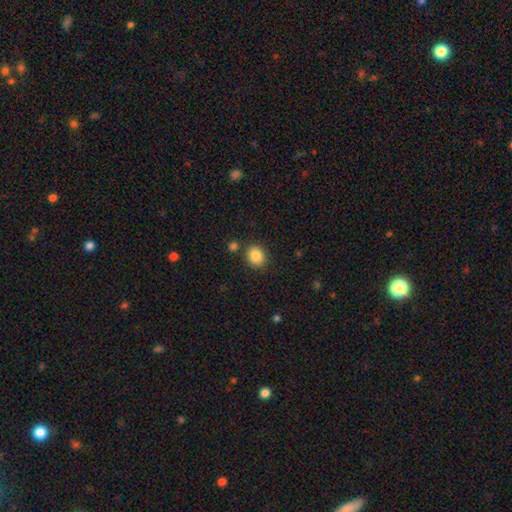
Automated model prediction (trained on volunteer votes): The model was most divided on "how rounded": round: 75%, in between: 24%, cigar-shaped: 1%. More confident: smooth or featured — smooth (87%); merging — none (82%).